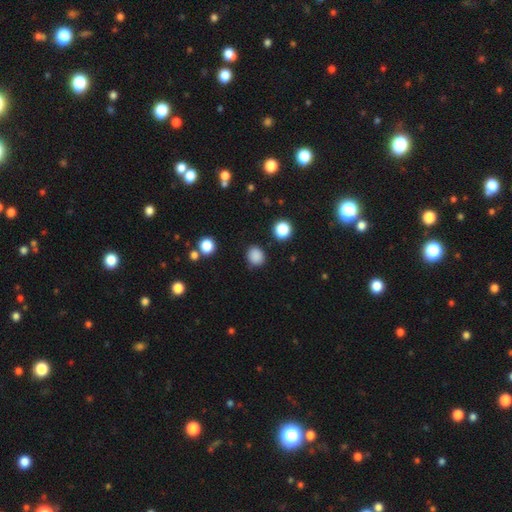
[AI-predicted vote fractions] Smooth or featured? Predicted: smooth (p=0.85). How rounded? Predicted: round (p=0.73). Merging? Predicted: none (p=0.85).